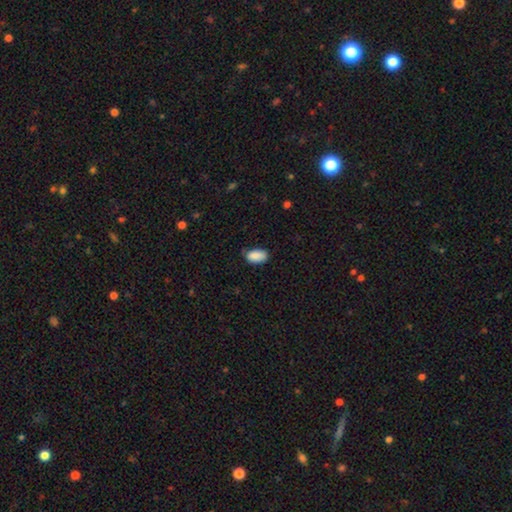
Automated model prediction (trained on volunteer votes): This appears to be a smooth galaxy with no disk features (88%) that is in between round and cigar-shaped (93%). Merging: none (65%).